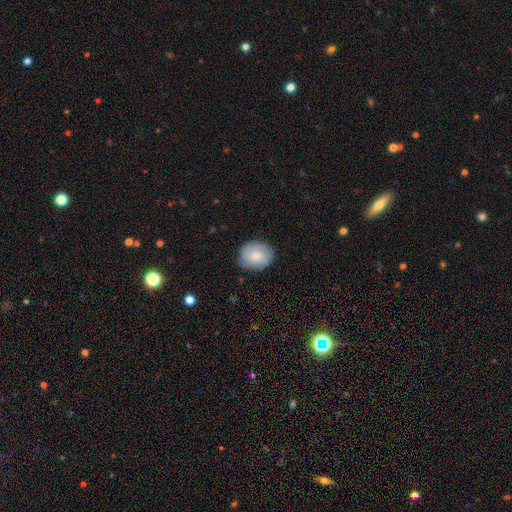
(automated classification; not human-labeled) smooth 65%, featured or disk 28%, star or artifact 7%. Down the decision tree: how rounded — round (64%); merging — none (80%).